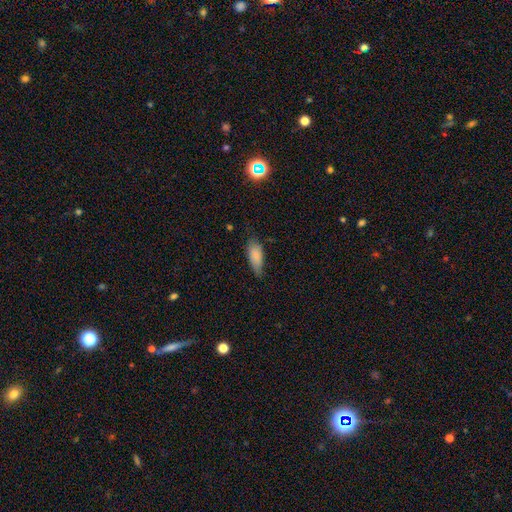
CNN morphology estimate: This appears to be a smooth galaxy with no disk features (83%) that is in between round and cigar-shaped (81%). Merging: none (63%).